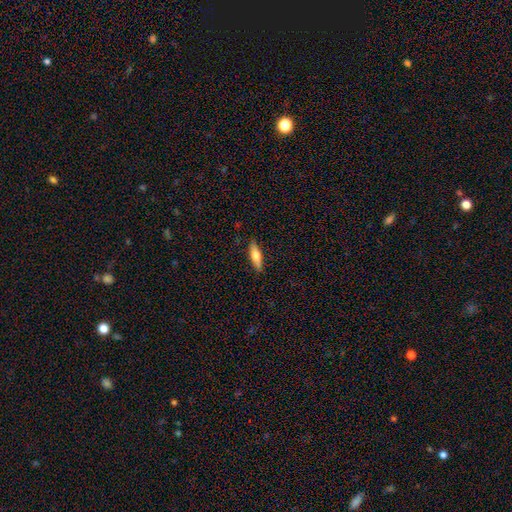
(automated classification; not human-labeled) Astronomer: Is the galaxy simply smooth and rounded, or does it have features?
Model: smooth — 69%.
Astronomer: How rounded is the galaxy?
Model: cigar-shaped — 60% (runner-up: in between, 38%).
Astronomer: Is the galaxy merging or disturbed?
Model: none — 86%.